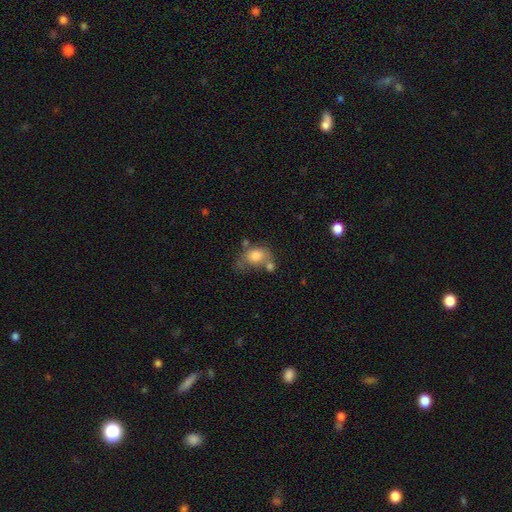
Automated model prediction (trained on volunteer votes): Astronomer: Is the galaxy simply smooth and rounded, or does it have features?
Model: smooth — 75%.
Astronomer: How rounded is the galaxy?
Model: in between — 61% (runner-up: round, 38%).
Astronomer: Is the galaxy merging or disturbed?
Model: none — 32% (runner-up: merger, 24%).